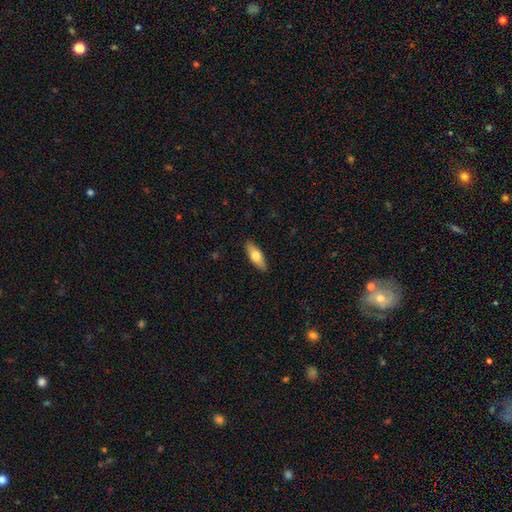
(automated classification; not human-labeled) The model was most divided on "how rounded": in between: 65%, cigar-shaped: 32%, round: 2%. More confident: merging — none (89%); smooth or featured — smooth (69%).